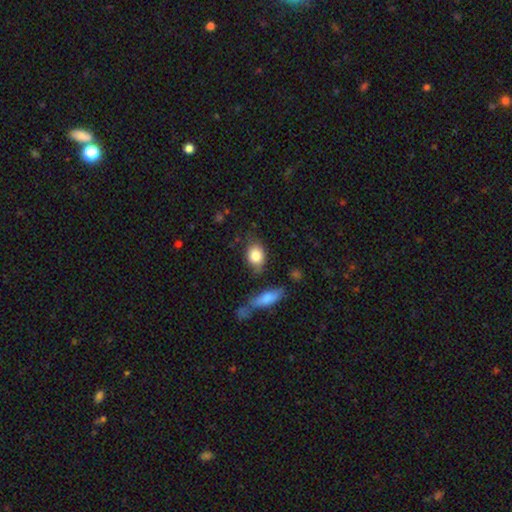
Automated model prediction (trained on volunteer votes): A smooth galaxy with no disk features (83%) that is in between round and cigar-shaped (66%).

Vote fractions:
- Smooth or featured? smooth: 83% / featured or disk: 9% / star or artifact: 7%
- How rounded? in between: 66% / round: 31% / cigar-shaped: 3%
- Merging? none: 68% / minor disturbance: 19% / merger: 7% / major disturbance: 6%